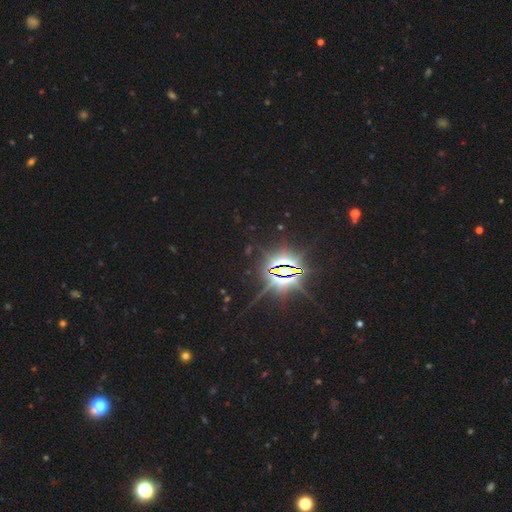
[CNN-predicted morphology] This appears to be a star or artifact, not a galaxy (86%).